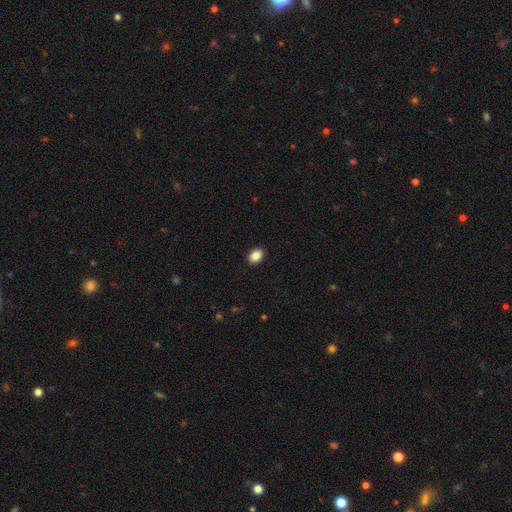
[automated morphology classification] smooth_or_featured: smooth (p=0.88) [alt: star or artifact p=0.09]
how_rounded: in between (p=0.70) [alt: round p=0.29]
merging: none (p=0.91) [alt: minor disturbance p=0.06]